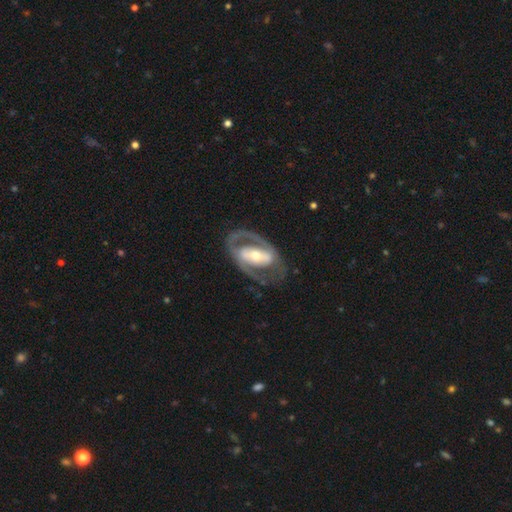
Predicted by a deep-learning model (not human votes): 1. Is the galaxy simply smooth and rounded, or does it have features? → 81% featured or disk, 14% smooth, 4% star or artifact.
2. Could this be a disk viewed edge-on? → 94% no, 6% yes.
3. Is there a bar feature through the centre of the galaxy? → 48% strong, 27% no, 25% weak.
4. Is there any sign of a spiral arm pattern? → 66% yes, 34% no.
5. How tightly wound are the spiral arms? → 46% medium, 34% tight, 19% loose.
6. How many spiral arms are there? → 79% 2, 10% can't tell, 8% 1, 1% 3, 1% 4, 1% more than 4.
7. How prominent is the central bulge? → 63% moderate, 24% small, 10% large, 1% dominant, 1% none.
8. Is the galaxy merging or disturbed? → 69% none, 16% minor disturbance, 14% major disturbance, 2% merger.